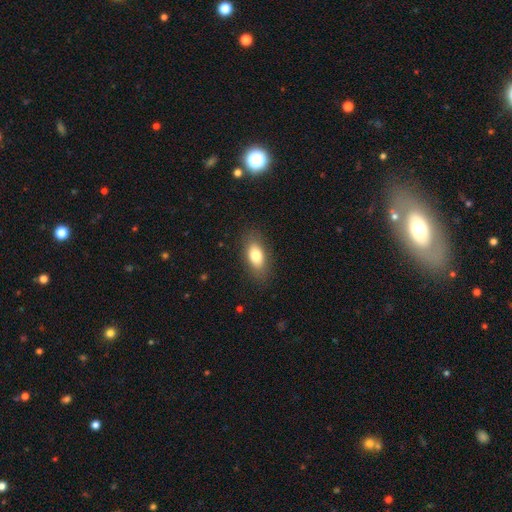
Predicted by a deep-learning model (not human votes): Smooth or featured? smooth (79%)
How rounded? in between (87%)
Merging? none (85%)